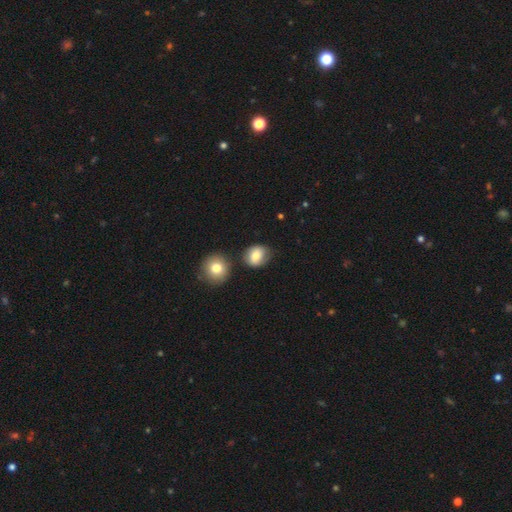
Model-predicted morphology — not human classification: Smooth or featured: smooth — 75% (featured or disk — 17%)
How rounded: round — 60% (in between — 39%)
Merging: none — 64% (minor disturbance — 22%)